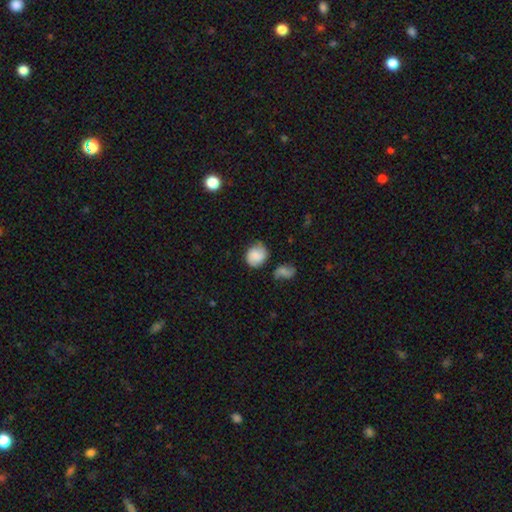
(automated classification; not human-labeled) A smooth galaxy with no disk features (65%) that is round (74%).

Vote fractions:
- Smooth or featured? smooth: 65% / featured or disk: 25% / star or artifact: 9%
- How rounded? round: 74% / in between: 25% / cigar-shaped: 1%
- Merging? none: 65% / minor disturbance: 22% / merger: 6% / major disturbance: 6%